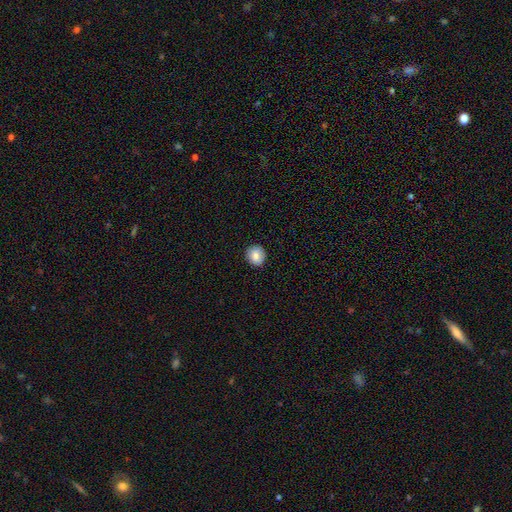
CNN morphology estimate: Smooth or featured: smooth — 79% (featured or disk — 12%)
How rounded: round — 87% (in between — 12%)
Merging: none — 90% (minor disturbance — 7%)